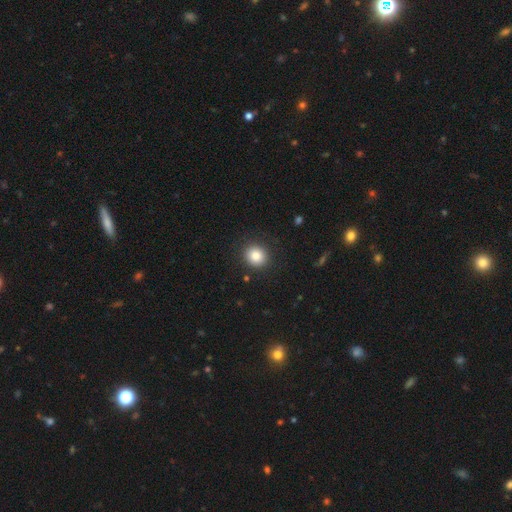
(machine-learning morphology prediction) smooth_or_featured: smooth (p=0.84) [alt: star or artifact p=0.10]
how_rounded: round (p=0.83) [alt: in between p=0.16]
merging: none (p=0.89) [alt: minor disturbance p=0.07]